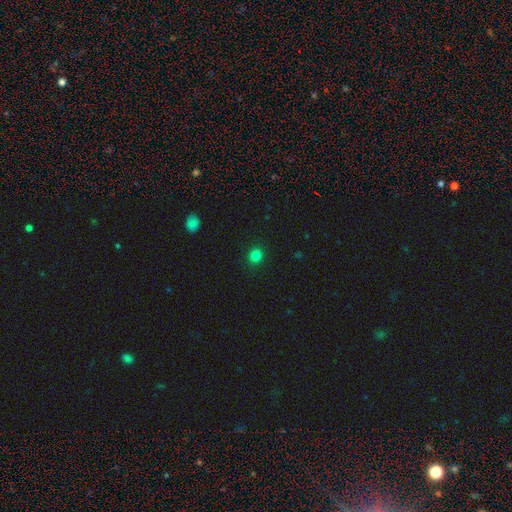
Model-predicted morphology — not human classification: A smooth galaxy with no disk features (82%) that is round (89%).

Vote fractions:
- Smooth or featured? smooth: 82% / star or artifact: 14% / featured or disk: 4%
- How rounded? round: 89% / in between: 10% / cigar-shaped: 1%
- Merging? none: 92% / minor disturbance: 5% / major disturbance: 2% / merger: 1%